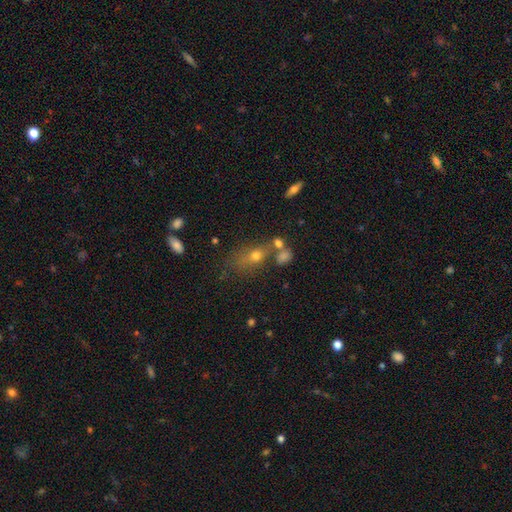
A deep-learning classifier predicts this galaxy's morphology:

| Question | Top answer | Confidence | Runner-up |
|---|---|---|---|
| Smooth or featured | smooth | 58% | featured or disk (21%) |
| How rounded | in between | 62% | round (30%) |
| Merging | none | 44% | merger (27%) |